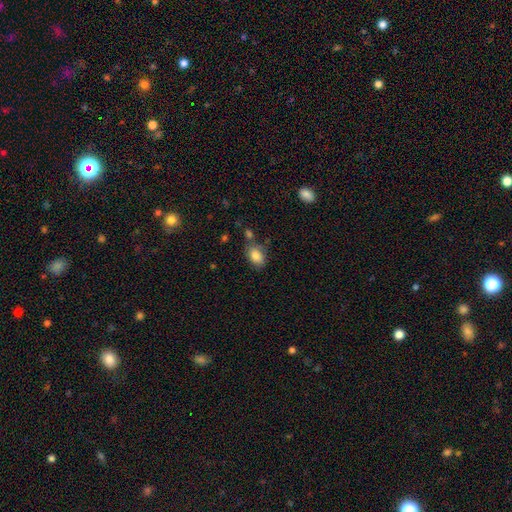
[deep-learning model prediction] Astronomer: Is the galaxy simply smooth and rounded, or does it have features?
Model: smooth — 84%.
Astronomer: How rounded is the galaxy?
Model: in between — 85%.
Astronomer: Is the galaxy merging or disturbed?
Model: none — 65%.